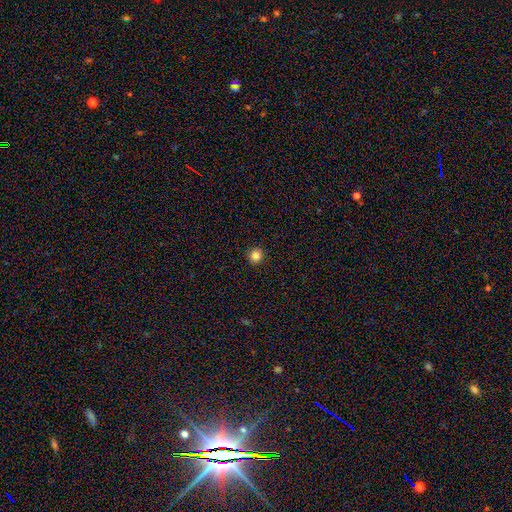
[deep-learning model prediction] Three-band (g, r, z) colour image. It shows a smooth galaxy with no disk features (84%) that is round (95%). Merging: none (94%).